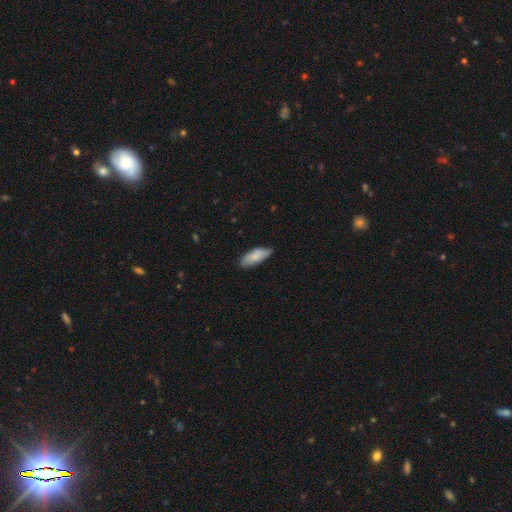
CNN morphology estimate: Smooth or featured?
  - smooth: 79% *
  - featured or disk: 16%
  - star or artifact: 6%
How rounded?
  - in between: 75% *
  - cigar-shaped: 24%
  - round: 2%
Merging?
  - none: 75% *
  - minor disturbance: 21%
  - major disturbance: 3%
  - merger: 1%